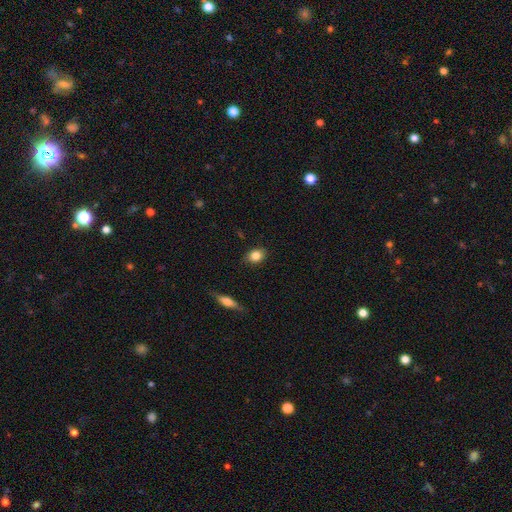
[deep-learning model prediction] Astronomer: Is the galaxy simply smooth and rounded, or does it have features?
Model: smooth — 84%.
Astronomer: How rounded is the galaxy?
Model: in between — 62%.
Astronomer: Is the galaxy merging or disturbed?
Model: none — 85%.